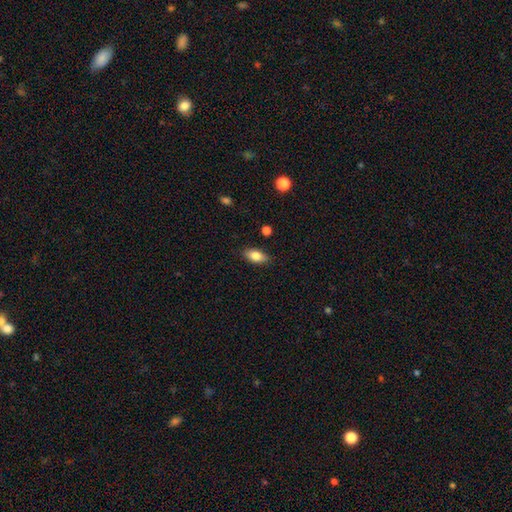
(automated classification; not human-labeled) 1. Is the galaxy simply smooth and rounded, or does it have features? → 80% smooth, 12% featured or disk, 7% star or artifact.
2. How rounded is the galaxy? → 89% in between, 7% cigar-shaped, 4% round.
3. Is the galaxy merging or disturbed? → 86% none, 10% minor disturbance, 2% major disturbance, 1% merger.